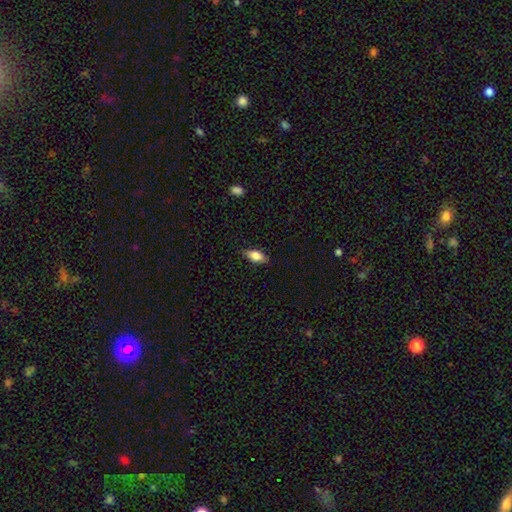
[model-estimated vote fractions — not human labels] Morphology: type=smooth (77%); roundness=in between (84%); merging=none (84%).